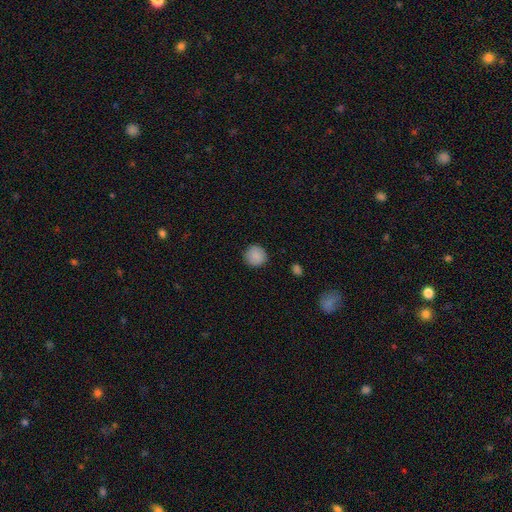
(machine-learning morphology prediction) Smooth or featured? Predicted: smooth (p=0.88). How rounded? Predicted: round (p=0.93). Merging? Predicted: none (p=0.89).